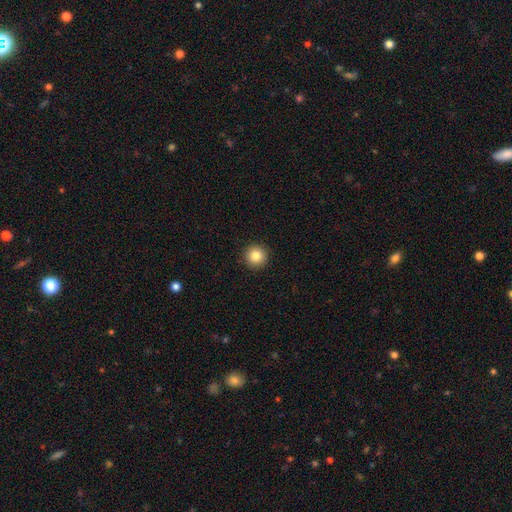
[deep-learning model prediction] Smooth or featured? Predicted: smooth (p=0.84). How rounded? Predicted: round (p=0.96). Merging? Predicted: none (p=0.93).